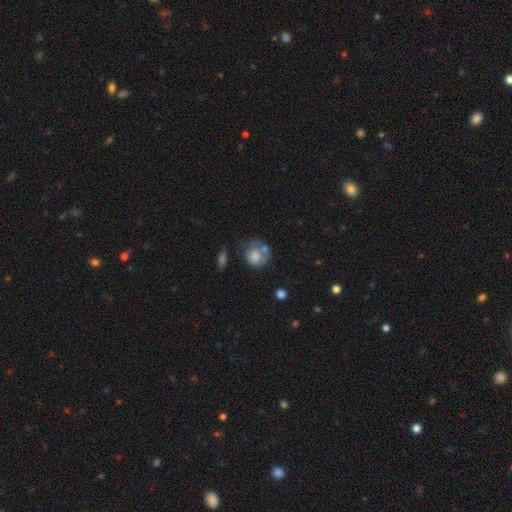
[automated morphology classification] A smooth galaxy with no disk features (67%) that is round (72%). Merging: none (39%).